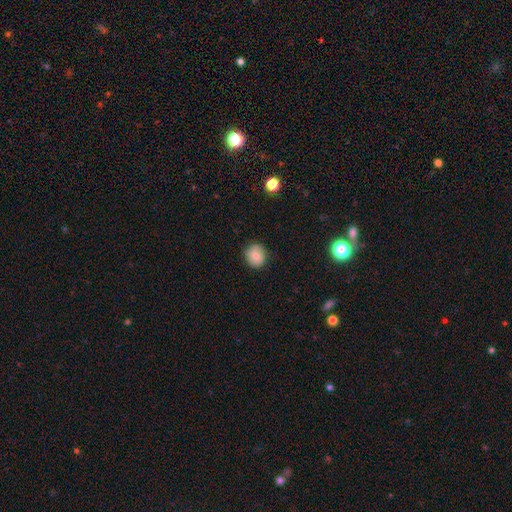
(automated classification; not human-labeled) Overall: smooth (75%). How rounded: round (80%). Merging: none (82%).